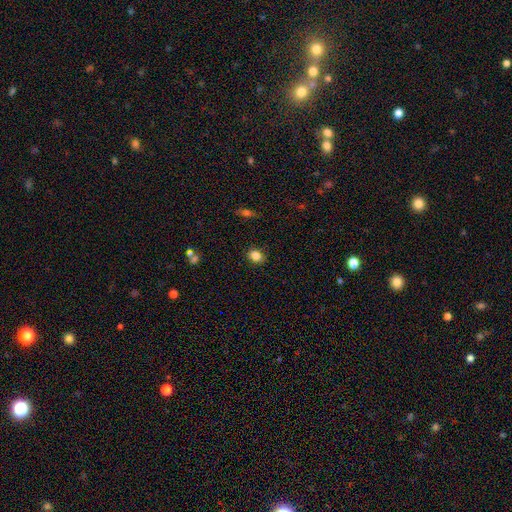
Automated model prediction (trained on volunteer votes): Overall: smooth (83%). How rounded: round (54%; in between 44%). Merging: none (86%).